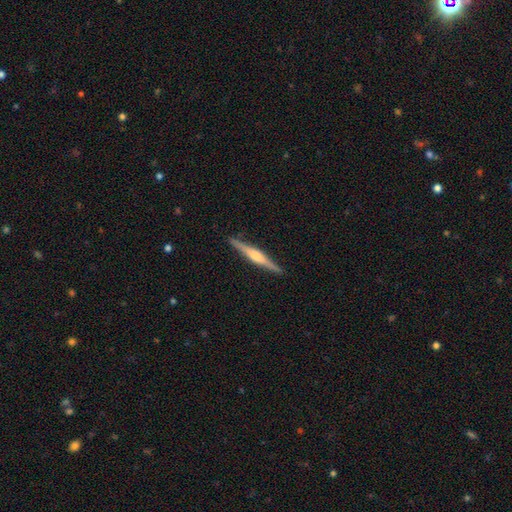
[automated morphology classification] Smooth or featured: featured or disk — 77% (smooth — 18%)
Edge-on disk: yes — 98% (no — 2%)
Edge-on bulge: rounded — 81% (boxy — 13%)
Merging: none — 91% (minor disturbance — 6%)